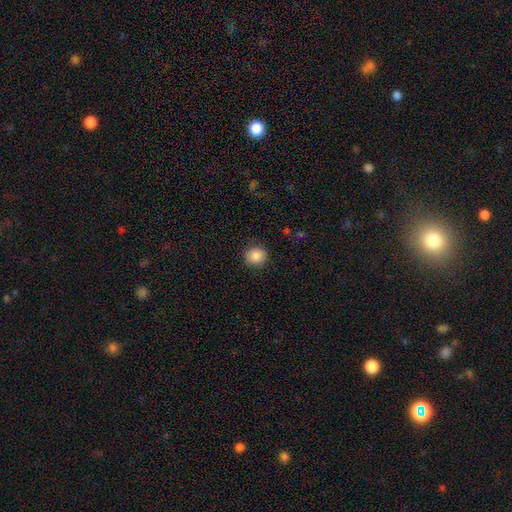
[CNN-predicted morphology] This is clearly a smooth galaxy (87%). How rounded: clearly round (90%). Merging: clearly none (89%).